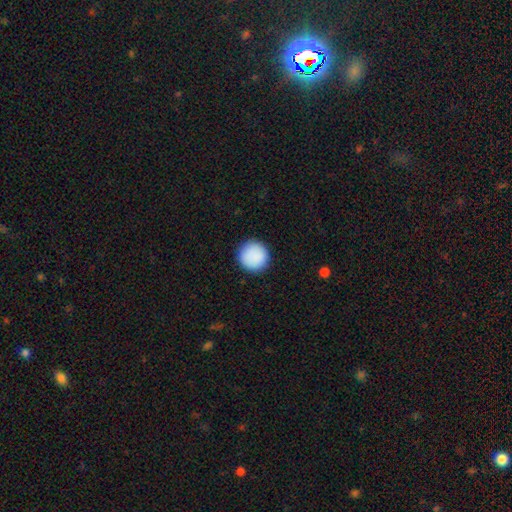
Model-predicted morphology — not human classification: Q: Smooth or featured?
A: smooth (90%); runner-up: star or artifact (7%)
Q: How rounded?
A: round (96%); runner-up: in between (3%)
Q: Merging?
A: none (92%); runner-up: minor disturbance (5%)